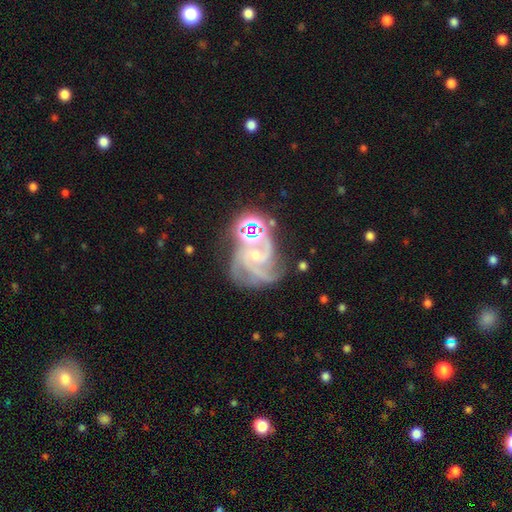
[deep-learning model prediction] A featured or disk galaxy (82%) with no bar (60%), 3 (51%) medium (55%) spiral arms (97%) and a small central bulge (62%).

Vote fractions:
- Smooth or featured? featured or disk: 82% / star or artifact: 12% / smooth: 6%
- Edge-on disk? no: 98% / yes: 2%
- Bar? no: 60% / weak: 31% / strong: 9%
- Spiral arms? yes: 97% / no: 3%
- Spiral winding? medium: 55% / tight: 29% / loose: 16%
- Spiral arm count? 3: 51% / 2: 17% / 4: 11% / can't tell: 11% / 1: 5% / more than 4: 5%
- Bulge size? small: 62% / moderate: 31% / none: 5% / large: 2% / dominant: 1%
- Merging? none: 44% / major disturbance: 21% / minor disturbance: 20% / merger: 15%